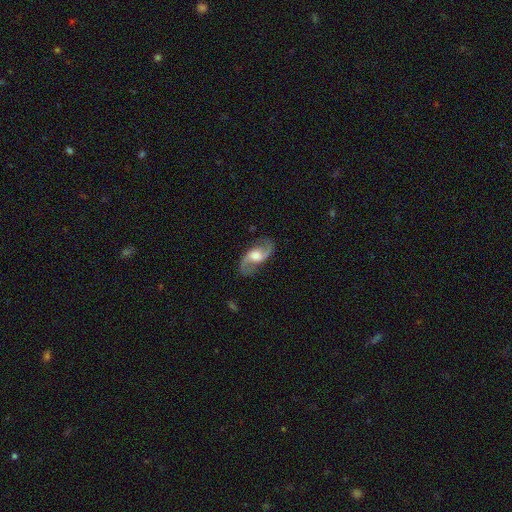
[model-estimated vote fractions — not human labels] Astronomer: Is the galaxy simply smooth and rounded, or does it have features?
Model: featured or disk — 89%.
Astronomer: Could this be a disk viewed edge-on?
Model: no — 96%.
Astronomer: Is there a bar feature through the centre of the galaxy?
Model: no — 47% (runner-up: weak, 42%).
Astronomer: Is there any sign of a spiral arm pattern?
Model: yes — 97%.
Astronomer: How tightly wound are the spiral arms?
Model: loose — 59%.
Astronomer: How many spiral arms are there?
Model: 2 — 94%.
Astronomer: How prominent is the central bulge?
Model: moderate — 57%.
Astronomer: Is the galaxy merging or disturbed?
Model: none — 82%.